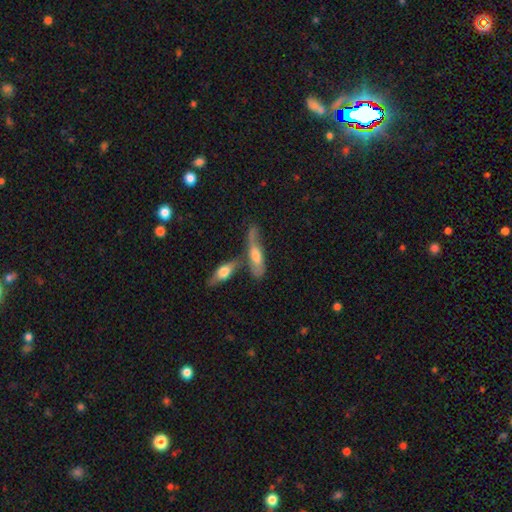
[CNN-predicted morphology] type=smooth (48%); merging=none (38%).